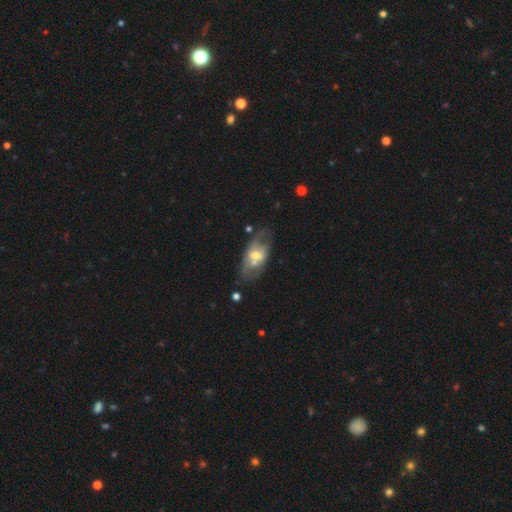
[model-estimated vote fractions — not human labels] Morphology: type=featured or disk (57%); edge-on=no (89%); bar=no (51%); spiral arms=no (64%); bulge=moderate (61%); merging=none (45%).